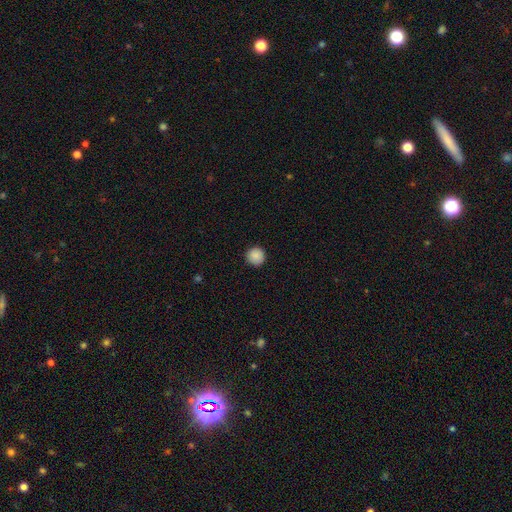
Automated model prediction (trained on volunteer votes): This appears to be a smooth galaxy with no disk features (88%) that is round (96%). Merging: none (92%).